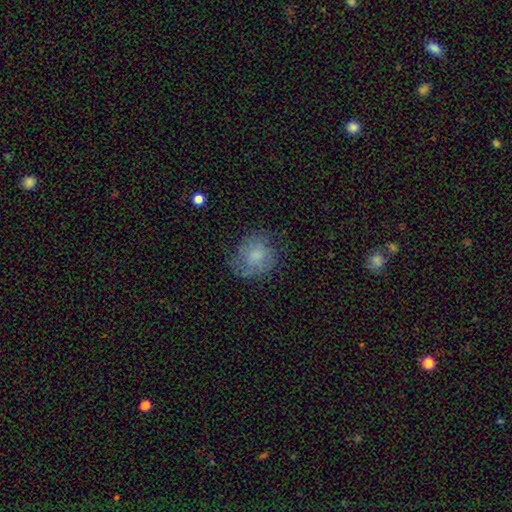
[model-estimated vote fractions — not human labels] smooth 66%, featured or disk 26%, star or artifact 9%. Down the decision tree: how rounded — round (74%); merging — none (59%).